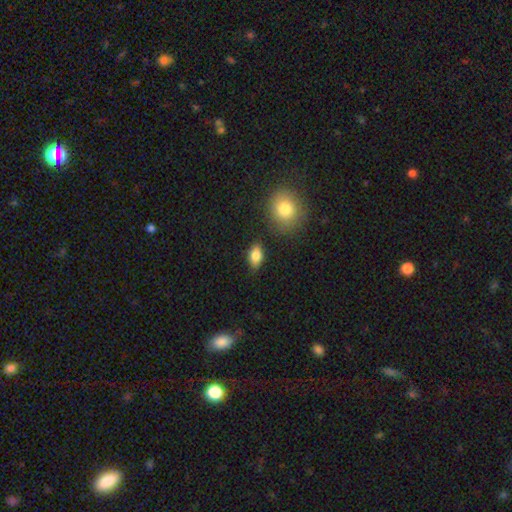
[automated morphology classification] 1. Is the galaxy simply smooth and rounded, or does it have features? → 81% smooth, 11% featured or disk, 8% star or artifact.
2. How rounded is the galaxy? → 85% in between, 10% round, 4% cigar-shaped.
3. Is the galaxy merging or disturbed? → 81% none, 13% minor disturbance, 3% merger, 3% major disturbance.